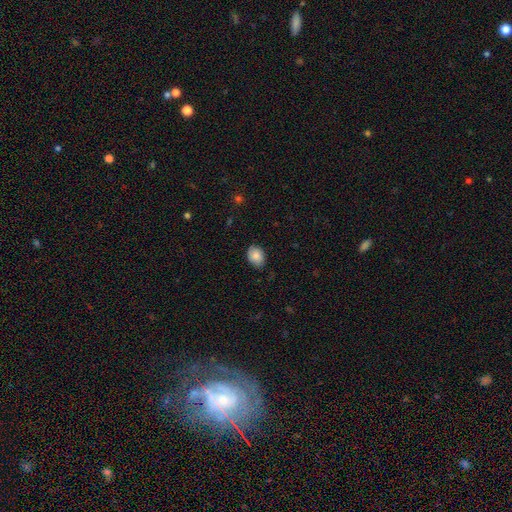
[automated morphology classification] A smooth galaxy with no disk features (84%) that is in between round and cigar-shaped (72%). Merging: none (78%).